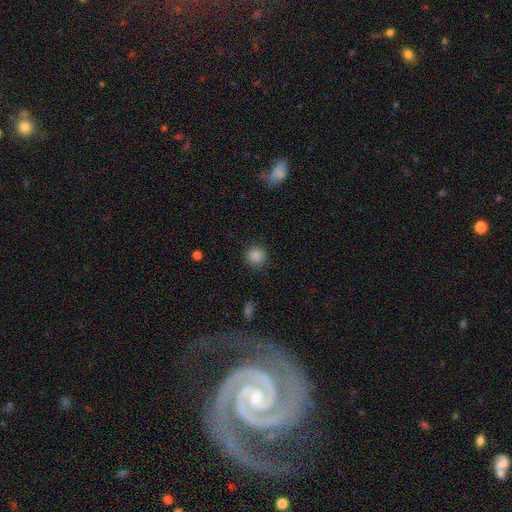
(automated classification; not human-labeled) Morphology: type=smooth (86%); roundness=round (93%); merging=none (90%).